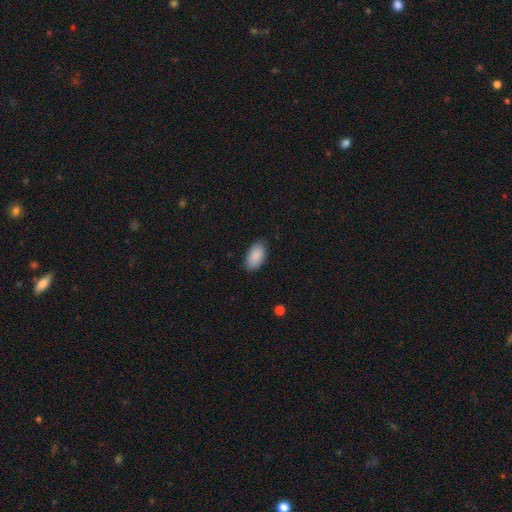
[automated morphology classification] Overall: smooth (90%). How rounded: in between (95%). Merging: none (84%).